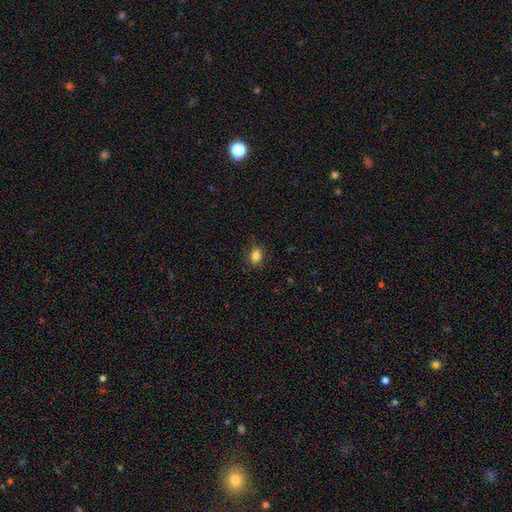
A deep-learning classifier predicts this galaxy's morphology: smooth-or-featured: smooth: 85% | star or artifact: 10% | featured or disk: 5%
  how-rounded: in between: 71% | round: 27% | cigar-shaped: 1%
  merging: none: 84% | minor disturbance: 12% | major disturbance: 3% | merger: 1%